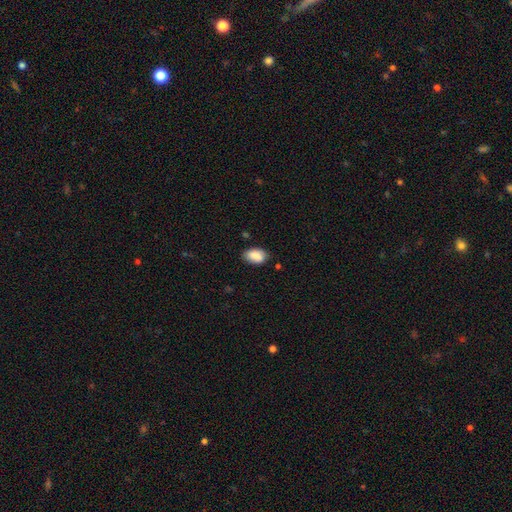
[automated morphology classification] The model was most divided on "merging": none: 76%, minor disturbance: 19%, major disturbance: 3%, merger: 2%. More confident: how rounded — in between (90%); smooth or featured — smooth (87%).